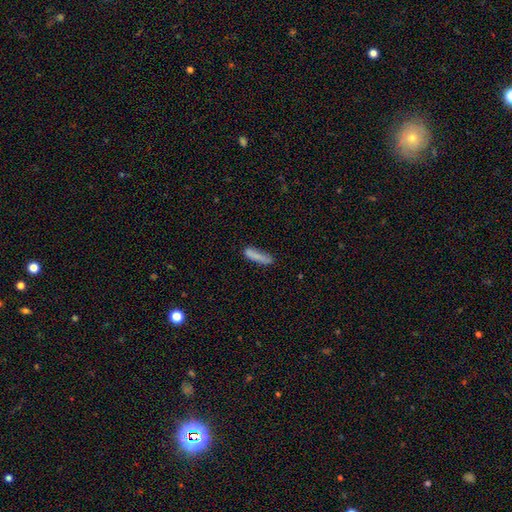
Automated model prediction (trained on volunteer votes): Smooth or featured? smooth (81%)
How rounded? cigar-shaped (78%)
Merging? none (68%)